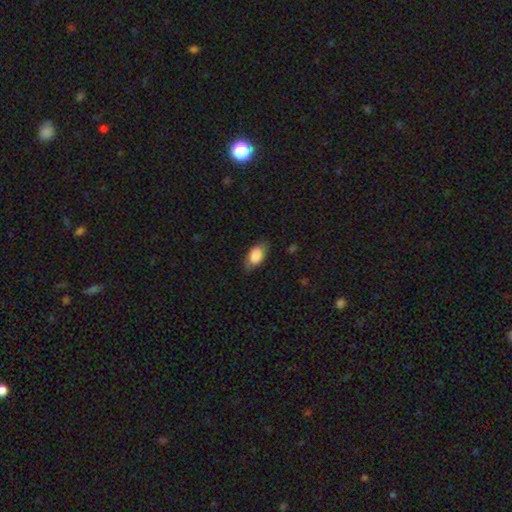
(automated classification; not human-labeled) This appears to be a smooth galaxy with no disk features (81%) that is in between round and cigar-shaped (90%). Merging: none (75%).